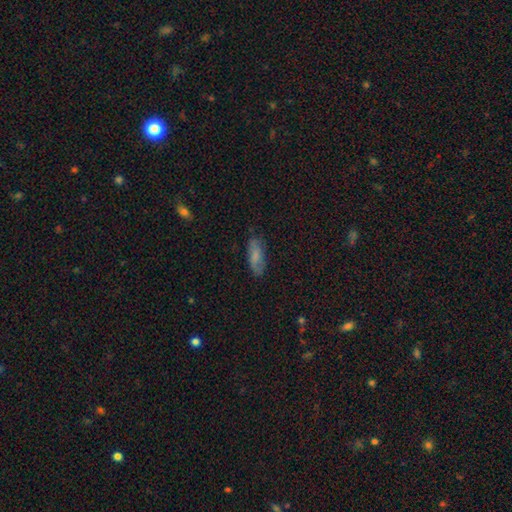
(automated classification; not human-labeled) This is likely a smooth galaxy (71%). How rounded: likely in between (69%). Merging: likely none (76%).